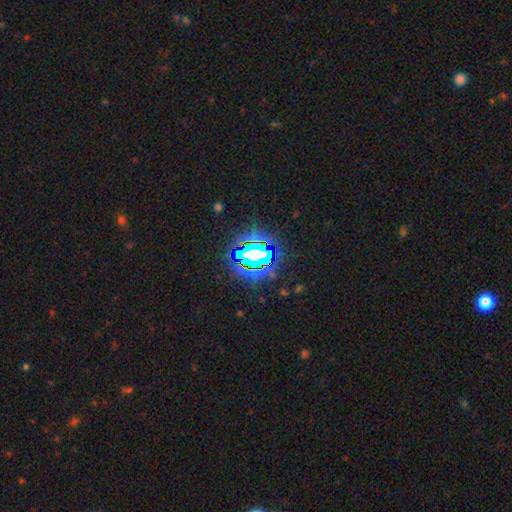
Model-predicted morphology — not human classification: A star or artifact, not a galaxy (74%).